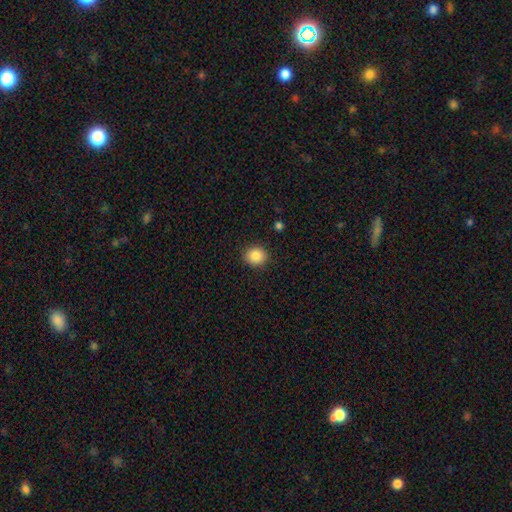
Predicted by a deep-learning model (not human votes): smooth 87%, star or artifact 9%, featured or disk 4%. Down the decision tree: how rounded — round (85%); merging — none (91%).